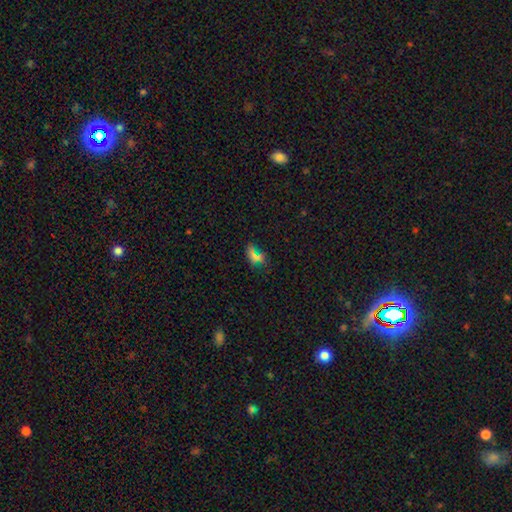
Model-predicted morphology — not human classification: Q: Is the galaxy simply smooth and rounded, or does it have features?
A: smooth — 49%.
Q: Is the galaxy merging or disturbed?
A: none — 63%.